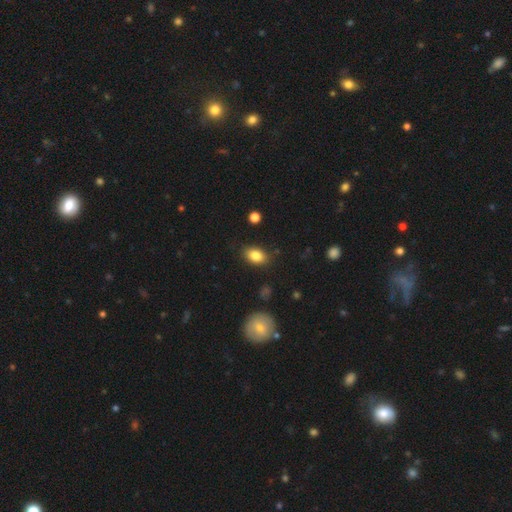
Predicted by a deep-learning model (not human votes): smooth-or-featured: smooth: 84% | star or artifact: 9% | featured or disk: 7%
  how-rounded: in between: 84% | round: 14% | cigar-shaped: 2%
  merging: none: 83% | minor disturbance: 12% | major disturbance: 3% | merger: 2%